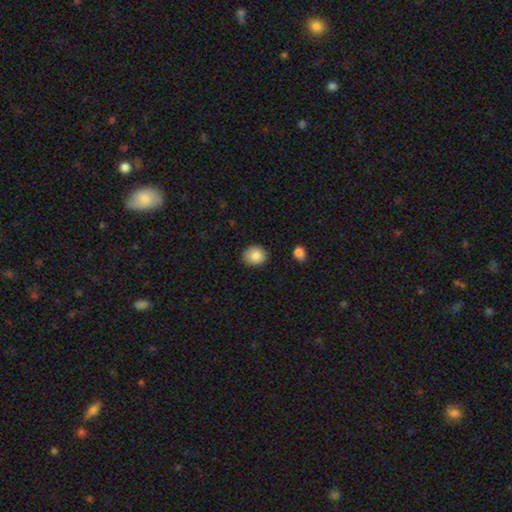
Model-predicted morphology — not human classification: Smooth or featured?
  - smooth: 84% *
  - star or artifact: 8%
  - featured or disk: 8%
How rounded?
  - round: 78% *
  - in between: 21%
  - cigar-shaped: 1%
Merging?
  - none: 88% *
  - minor disturbance: 9%
  - major disturbance: 2%
  - merger: 2%